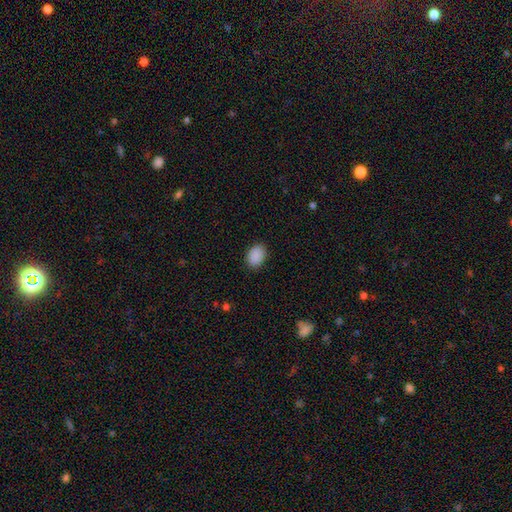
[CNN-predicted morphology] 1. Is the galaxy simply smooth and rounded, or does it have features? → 90% smooth, 8% star or artifact, 2% featured or disk.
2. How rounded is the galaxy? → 77% in between, 22% round, 1% cigar-shaped.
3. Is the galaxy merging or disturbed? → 87% none, 9% minor disturbance, 2% major disturbance, 1% merger.